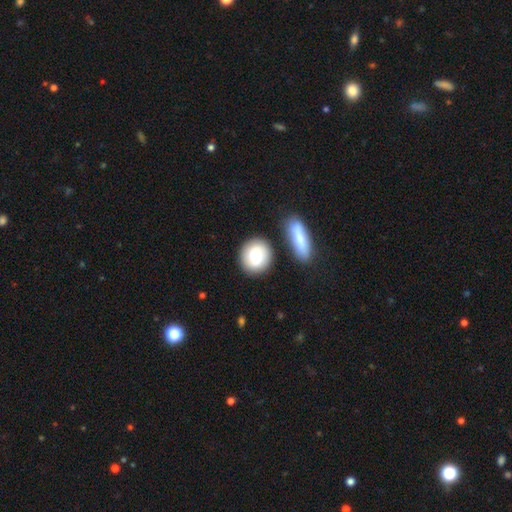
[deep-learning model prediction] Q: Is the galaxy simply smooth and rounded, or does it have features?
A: smooth — 70%.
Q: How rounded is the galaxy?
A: round — 83%.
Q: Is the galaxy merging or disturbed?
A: none — 79%.